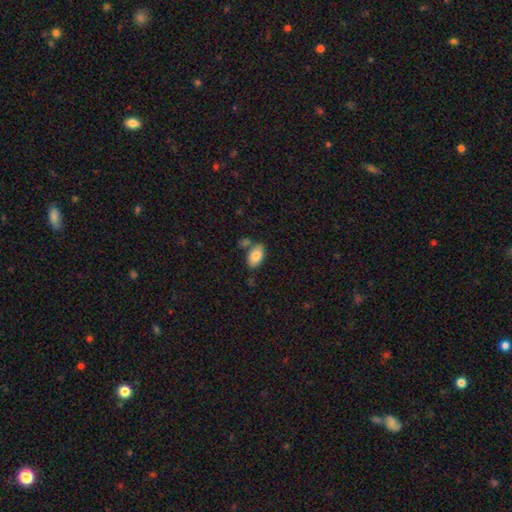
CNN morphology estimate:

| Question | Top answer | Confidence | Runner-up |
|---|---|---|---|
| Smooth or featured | smooth | 82% | featured or disk (11%) |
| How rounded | in between | 93% | round (5%) |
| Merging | none | 69% | minor disturbance (14%) |